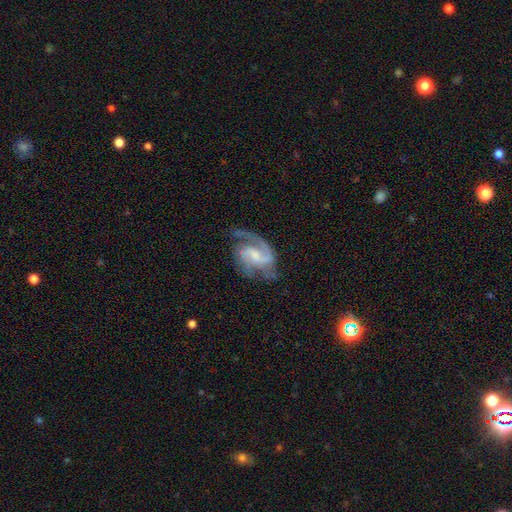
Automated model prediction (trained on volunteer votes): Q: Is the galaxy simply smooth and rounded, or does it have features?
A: featured or disk — 87%.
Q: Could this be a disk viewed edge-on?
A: no — 98%.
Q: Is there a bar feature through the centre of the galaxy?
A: weak — 52%.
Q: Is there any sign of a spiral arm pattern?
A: yes — 96%.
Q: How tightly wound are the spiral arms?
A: medium — 54%.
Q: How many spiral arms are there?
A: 2 — 70%.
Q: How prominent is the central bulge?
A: small — 38%.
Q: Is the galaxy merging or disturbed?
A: none — 58%.